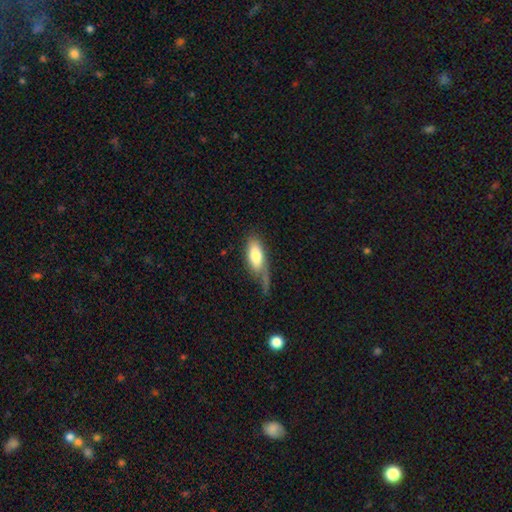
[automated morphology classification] A smooth galaxy with no disk features (73%) that is in between round and cigar-shaped (81%). Merging: none (38%).